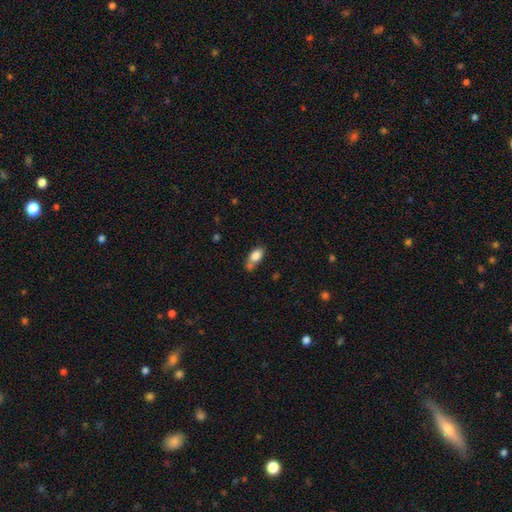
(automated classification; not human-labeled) smooth-or-featured: smooth: 80% | featured or disk: 12% | star or artifact: 8%
  how-rounded: in between: 86% | round: 9% | cigar-shaped: 5%
  merging: none: 46% | merger: 24% | minor disturbance: 23% | major disturbance: 7%